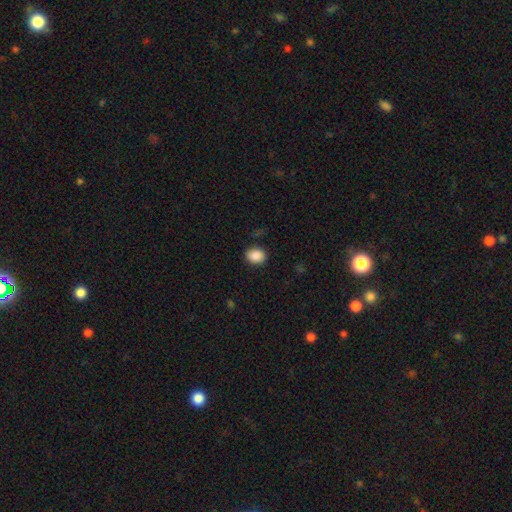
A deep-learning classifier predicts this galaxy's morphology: Overall: smooth (87%). How rounded: in between (50%; round 49%). Merging: none (85%).